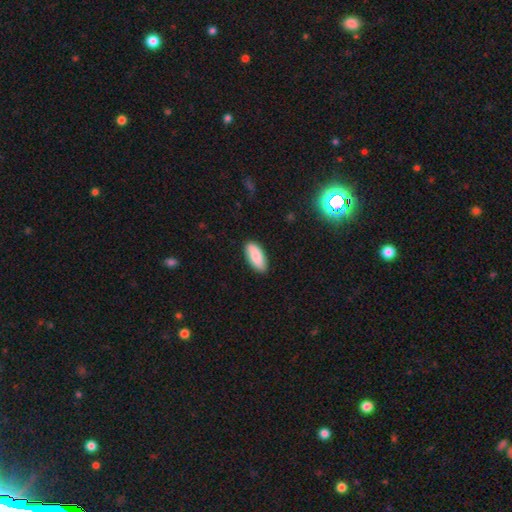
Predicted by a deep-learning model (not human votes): A smooth galaxy with no disk features (85%) that is in between round and cigar-shaped (83%).

Vote fractions:
- Smooth or featured? smooth: 85% / featured or disk: 9% / star or artifact: 6%
- How rounded? in between: 83% / cigar-shaped: 15% / round: 2%
- Merging? none: 87% / minor disturbance: 10% / major disturbance: 2% / merger: 1%